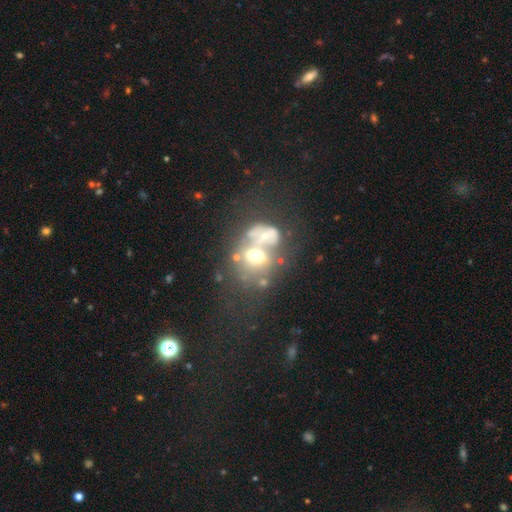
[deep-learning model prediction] Overall: featured or disk (43%; smooth 42%). Merging: merger (55%; none 20%).